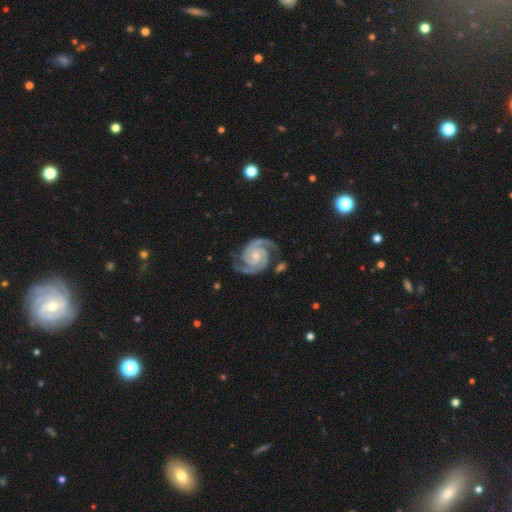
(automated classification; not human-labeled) Q: Smooth or featured?
A: featured or disk (94%); runner-up: star or artifact (4%)
Q: Edge-on disk?
A: no (98%); runner-up: yes (2%)
Q: Bar?
A: no (63%); runner-up: weak (27%)
Q: Spiral arms?
A: yes (99%); runner-up: no (1%)
Q: Spiral winding?
A: tight (65%); runner-up: medium (32%)
Q: Spiral arm count?
A: 2 (90%); runner-up: 3 (5%)
Q: Bulge size?
A: small (52%); runner-up: moderate (41%)
Q: Merging?
A: none (78%); runner-up: minor disturbance (15%)